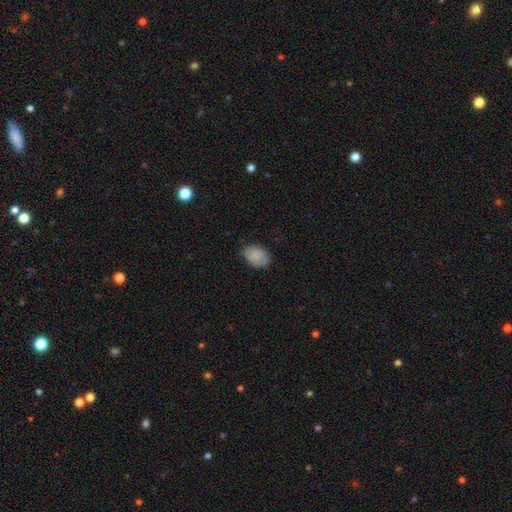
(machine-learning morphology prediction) The model was most divided on "how rounded": in between: 72%, round: 27%, cigar-shaped: 1%. More confident: smooth or featured — smooth (82%); merging — none (74%).